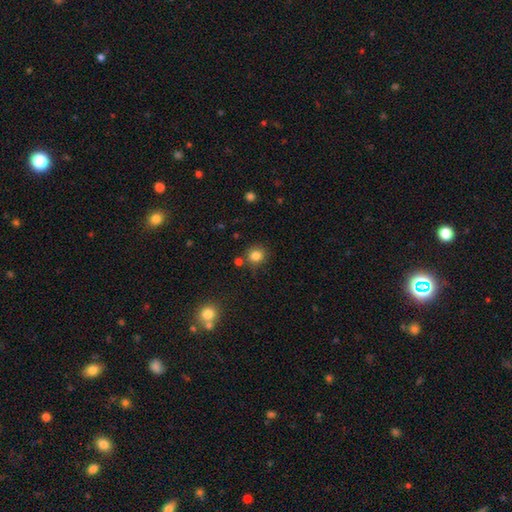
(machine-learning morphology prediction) A smooth galaxy with no disk features (83%) that is round (85%). Merging: none (78%).